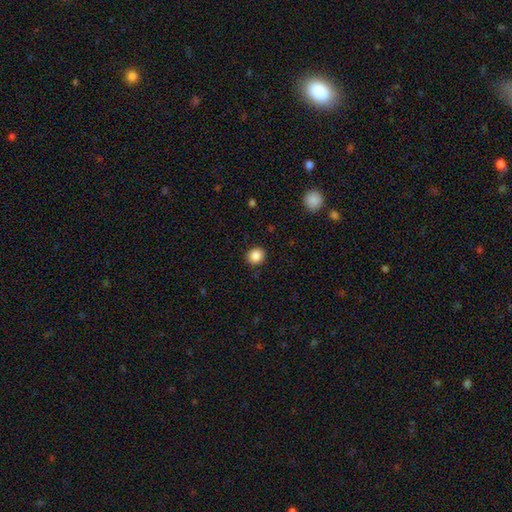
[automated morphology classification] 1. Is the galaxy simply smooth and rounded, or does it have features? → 87% smooth, 9% star or artifact, 3% featured or disk.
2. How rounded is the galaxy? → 80% round, 19% in between, 1% cigar-shaped.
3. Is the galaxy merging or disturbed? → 90% none, 6% minor disturbance, 2% major disturbance, 1% merger.